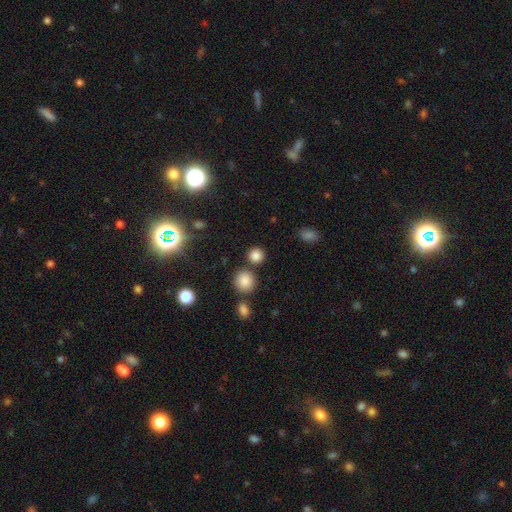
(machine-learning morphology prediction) smooth-or-featured: smooth: 83% | star or artifact: 13% | featured or disk: 4%
  how-rounded: round: 90% | in between: 9% | cigar-shaped: 1%
  merging: none: 79% | merger: 11% | minor disturbance: 7% | major disturbance: 3%